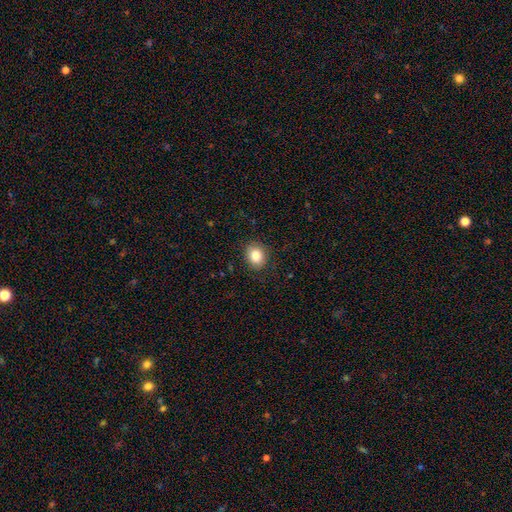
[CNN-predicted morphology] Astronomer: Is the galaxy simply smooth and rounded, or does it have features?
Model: smooth — 85%.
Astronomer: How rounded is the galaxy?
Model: round — 62% (runner-up: in between, 38%).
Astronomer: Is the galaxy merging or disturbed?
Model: none — 87%.